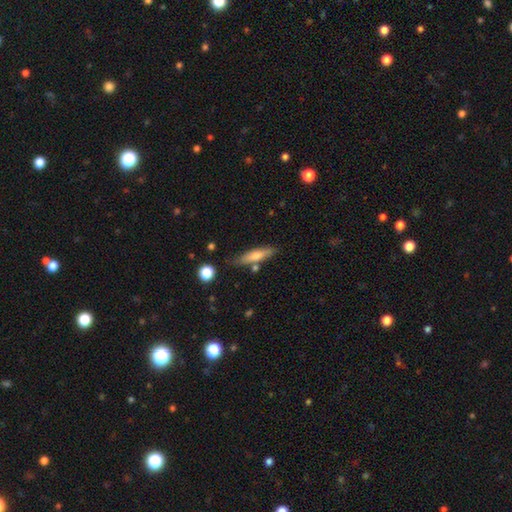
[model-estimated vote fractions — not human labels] Smooth or featured? smooth (60%)
How rounded? cigar-shaped (78%)
Merging? none (77%)